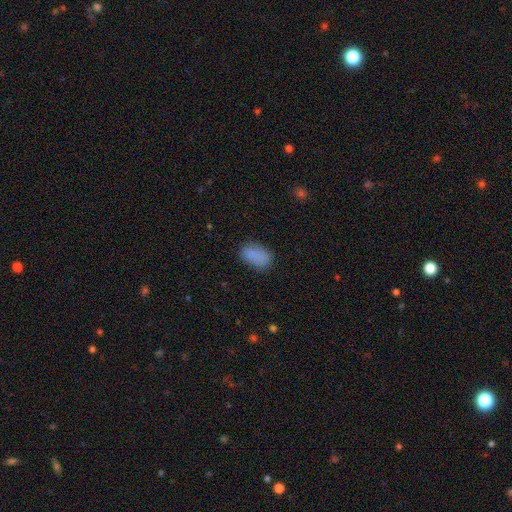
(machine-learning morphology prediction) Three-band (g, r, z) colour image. It shows a smooth galaxy with no disk features (85%) that is in between round and cigar-shaped (92%). Merging: none (77%).